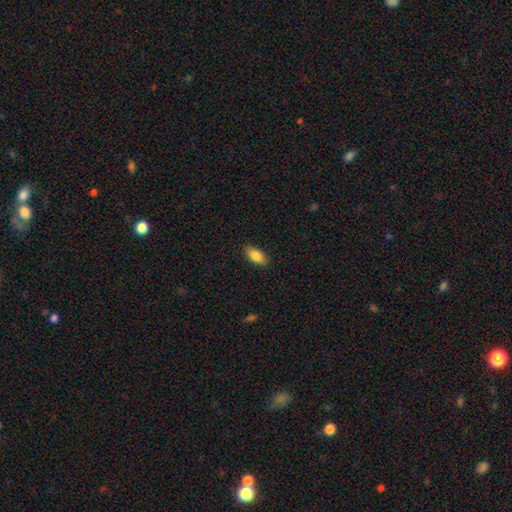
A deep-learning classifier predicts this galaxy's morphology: Overall: smooth (87%). How rounded: in between (92%). Merging: none (85%).